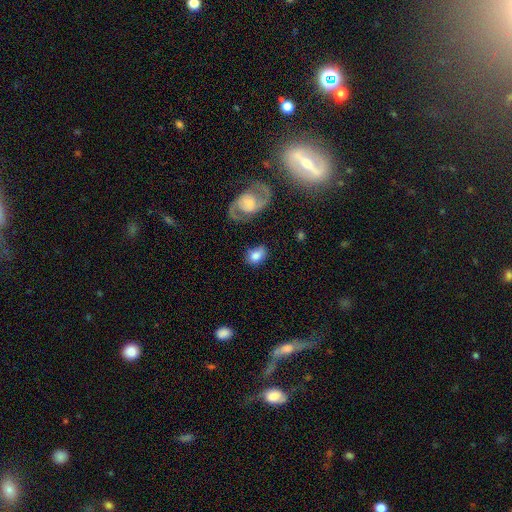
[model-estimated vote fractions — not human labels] smooth 68%, featured or disk 24%, star or artifact 8%. Down the decision tree: how rounded — in between (74%); merging — none (65%).